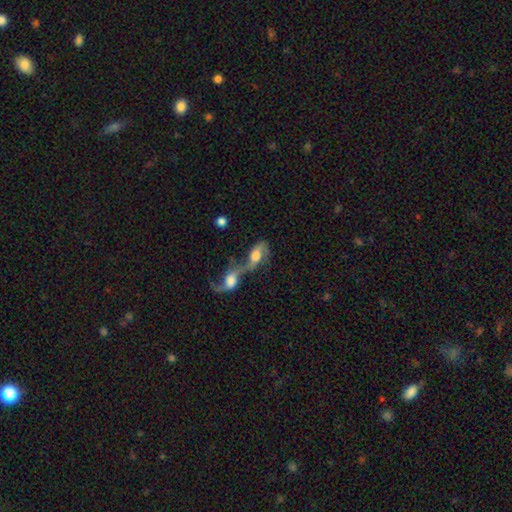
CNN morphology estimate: This is possibly a featured or disk galaxy (58%). It is clearly not viewed edge-on (91%). Bar: possibly no (57%). Spiral arm pattern: likely yes (77%). Central bulge: marginally moderate (42%). Merging: clearly merger (81%).